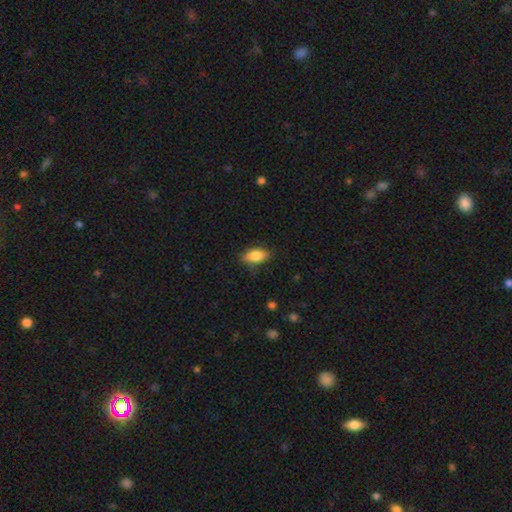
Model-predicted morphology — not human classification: The model was most divided on "merging": none: 72%, minor disturbance: 22%, major disturbance: 4%, merger: 2%. More confident: how rounded — in between (88%); smooth or featured — smooth (81%).